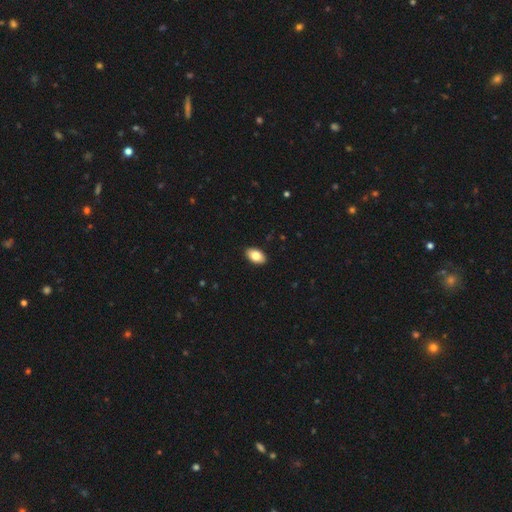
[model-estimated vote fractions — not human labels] smooth 82%, featured or disk 11%, star or artifact 7%. Down the decision tree: how rounded — in between (93%); merging — none (90%).